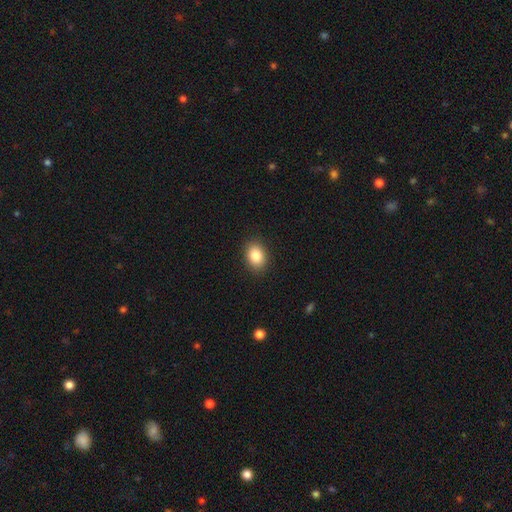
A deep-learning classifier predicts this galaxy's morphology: A smooth galaxy with no disk features (86%) that is in between round and cigar-shaped (65%). Merging: none (90%).